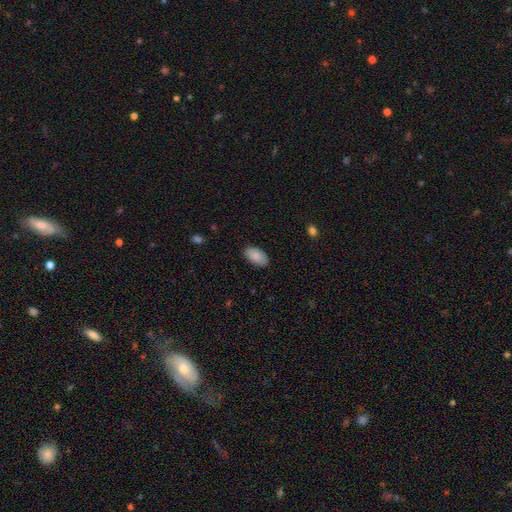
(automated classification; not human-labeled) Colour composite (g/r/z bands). It shows a smooth galaxy with no disk features (88%) that is in between round and cigar-shaped (95%). Merging: none (85%).